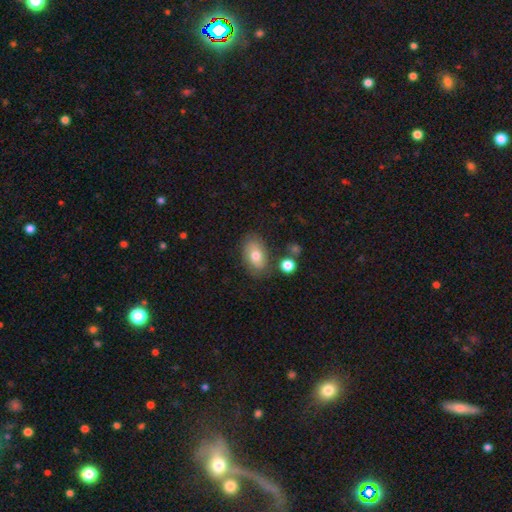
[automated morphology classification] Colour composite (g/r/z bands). It shows a smooth galaxy with no disk features (73%) that is in between round and cigar-shaped (89%). Merging: none (74%).